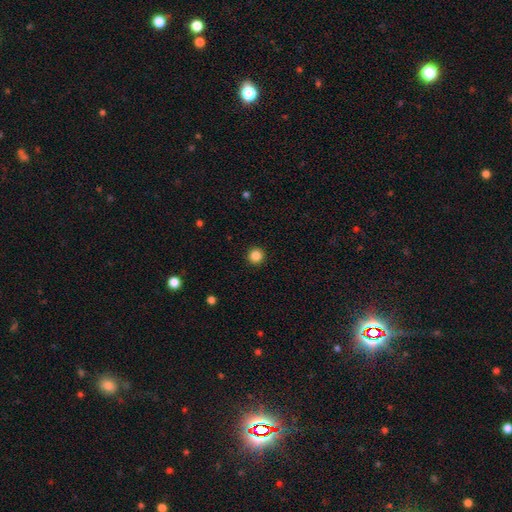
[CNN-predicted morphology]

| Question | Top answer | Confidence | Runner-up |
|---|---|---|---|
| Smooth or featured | smooth | 86% | star or artifact (11%) |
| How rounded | round | 95% | in between (4%) |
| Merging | none | 93% | minor disturbance (4%) |